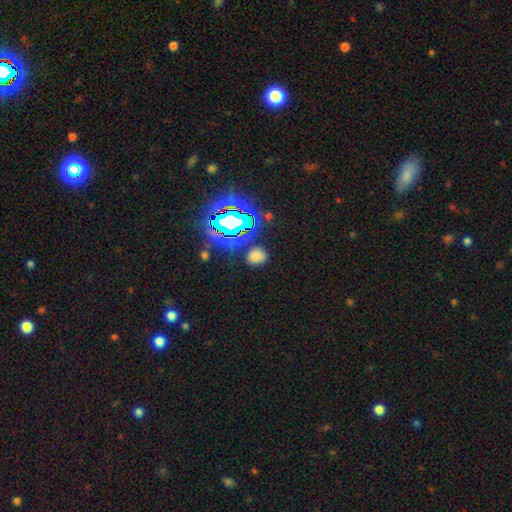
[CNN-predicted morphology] Smooth or featured? Predicted: smooth (p=0.65). How rounded? Predicted: round (p=0.50). Merging? Predicted: none (p=0.80).